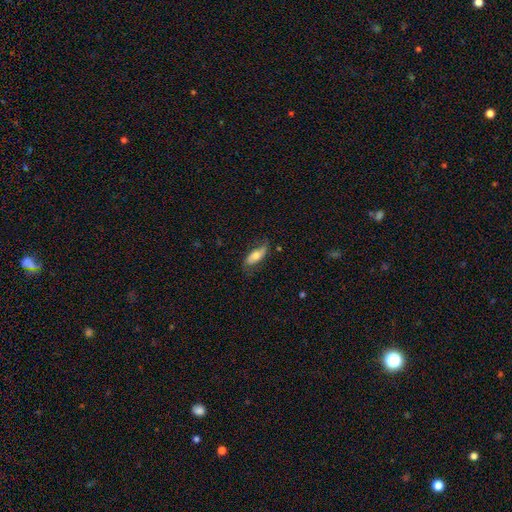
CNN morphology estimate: This is likely a smooth galaxy (63%). How rounded: likely in between (75%). Merging: likely none (67%).